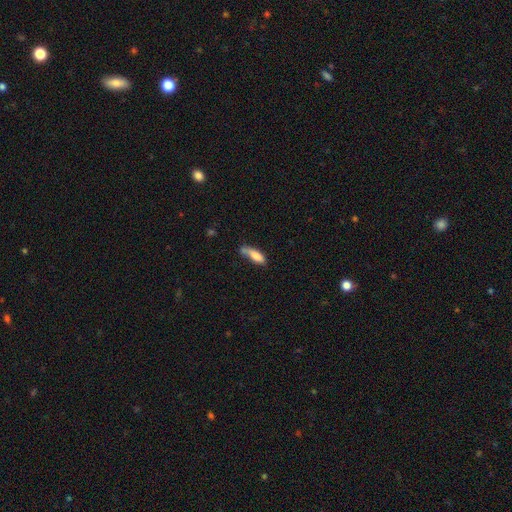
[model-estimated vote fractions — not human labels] Morphology: type=smooth (79%); roundness=in between (53%); merging=none (40%).